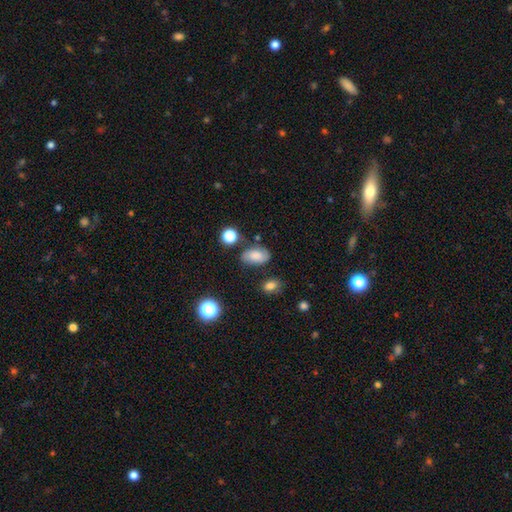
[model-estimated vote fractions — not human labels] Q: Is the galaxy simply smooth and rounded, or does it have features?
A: smooth — 70%.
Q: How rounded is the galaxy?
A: in between — 88%.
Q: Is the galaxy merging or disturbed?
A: none — 67%.